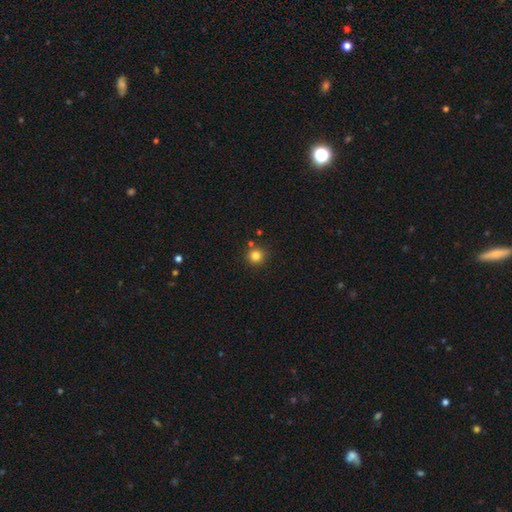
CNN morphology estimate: A smooth galaxy with no disk features (82%) that is round (93%).

Vote fractions:
- Smooth or featured? smooth: 82% / star or artifact: 12% / featured or disk: 5%
- How rounded? round: 93% / in between: 6% / cigar-shaped: 1%
- Merging? none: 82% / minor disturbance: 8% / merger: 7% / major disturbance: 2%